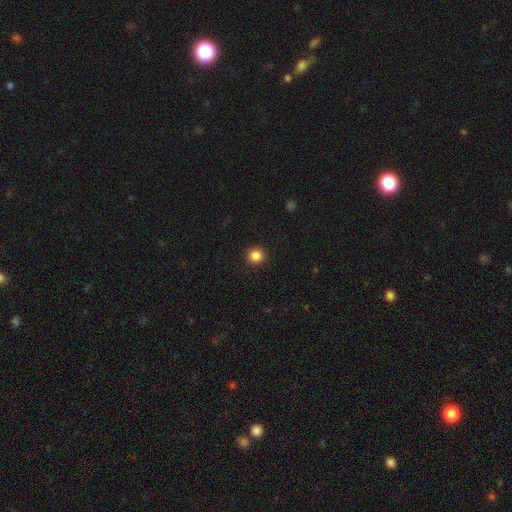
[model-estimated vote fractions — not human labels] This appears to be a smooth galaxy with no disk features (85%) that is round (92%). Merging: none (92%).